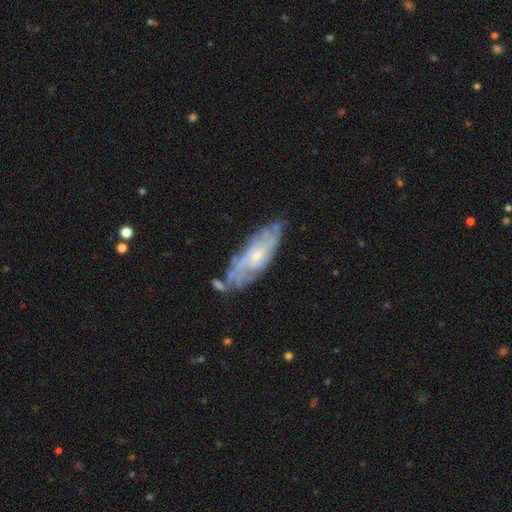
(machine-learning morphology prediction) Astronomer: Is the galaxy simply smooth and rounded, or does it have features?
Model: featured or disk — 74%.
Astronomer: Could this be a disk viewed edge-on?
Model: no — 83%.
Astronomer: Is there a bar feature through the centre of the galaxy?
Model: no — 72%.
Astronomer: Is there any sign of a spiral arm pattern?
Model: yes — 83%.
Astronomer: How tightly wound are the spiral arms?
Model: tight — 62%.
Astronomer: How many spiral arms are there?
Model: can't tell — 59%.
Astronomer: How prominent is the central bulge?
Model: small — 72%.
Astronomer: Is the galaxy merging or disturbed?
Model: none — 66%.